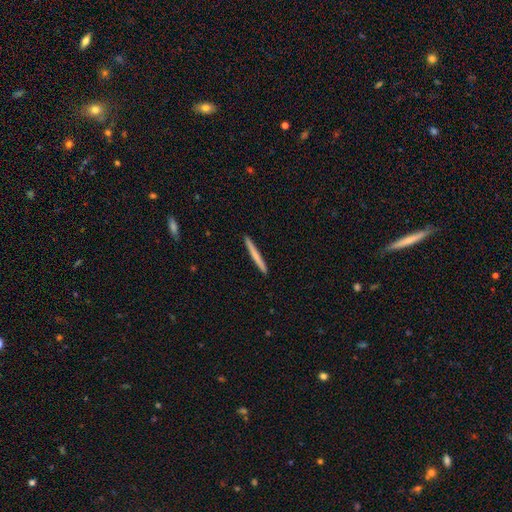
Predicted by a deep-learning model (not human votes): This appears to be a smooth galaxy with no disk features (62%) that is cigar-shaped (97%). Merging: none (93%).